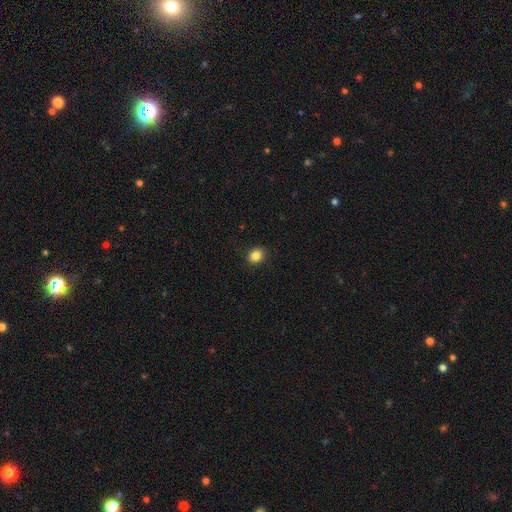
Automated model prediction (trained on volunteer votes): Smooth or featured?
  - smooth: 85% *
  - star or artifact: 10%
  - featured or disk: 4%
How rounded?
  - round: 70% *
  - in between: 29%
  - cigar-shaped: 1%
Merging?
  - none: 90% *
  - minor disturbance: 7%
  - major disturbance: 2%
  - merger: 1%